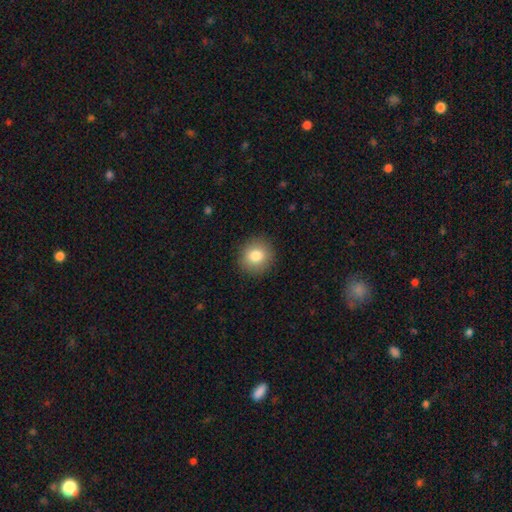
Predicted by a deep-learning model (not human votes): smooth 82%, star or artifact 9%, featured or disk 9%. Down the decision tree: how rounded — round (87%); merging — none (90%).